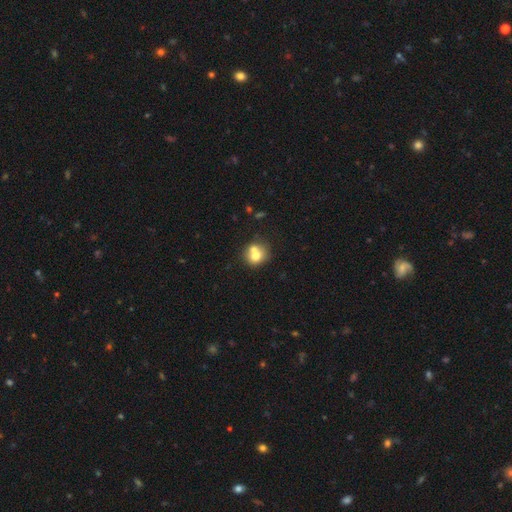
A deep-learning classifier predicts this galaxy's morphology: type=smooth (68%); roundness=round (82%); merging=merger (48%).